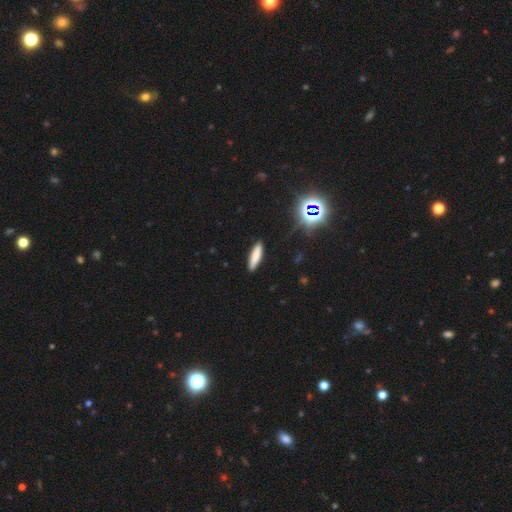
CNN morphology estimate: Smooth or featured? smooth (76%)
How rounded? cigar-shaped (75%)
Merging? none (88%)